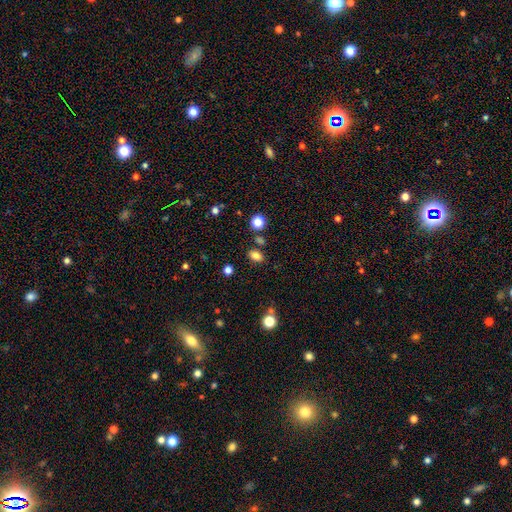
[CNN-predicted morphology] A smooth galaxy with no disk features (81%) that is in between round and cigar-shaped (81%).

Vote fractions:
- Smooth or featured? smooth: 81% / star or artifact: 13% / featured or disk: 6%
- How rounded? in between: 81% / round: 17% / cigar-shaped: 2%
- Merging? none: 79% / minor disturbance: 11% / merger: 6% / major disturbance: 3%